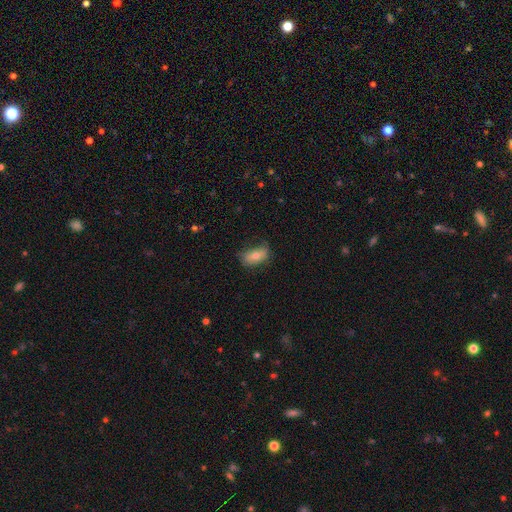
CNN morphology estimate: Smooth or featured? smooth (70%)
How rounded? in between (88%)
Merging? none (59%)